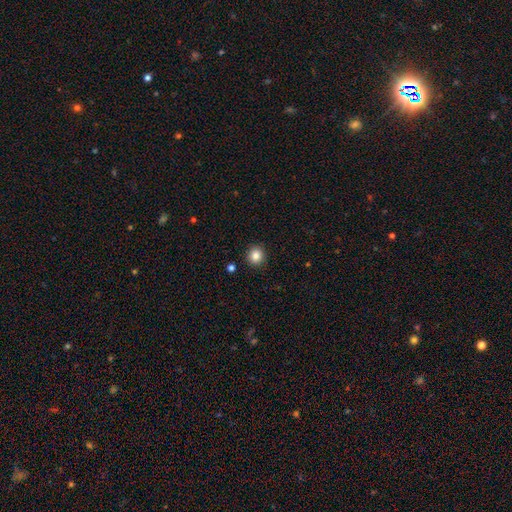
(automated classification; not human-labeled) Smooth or featured? smooth (85%)
How rounded? round (90%)
Merging? none (91%)